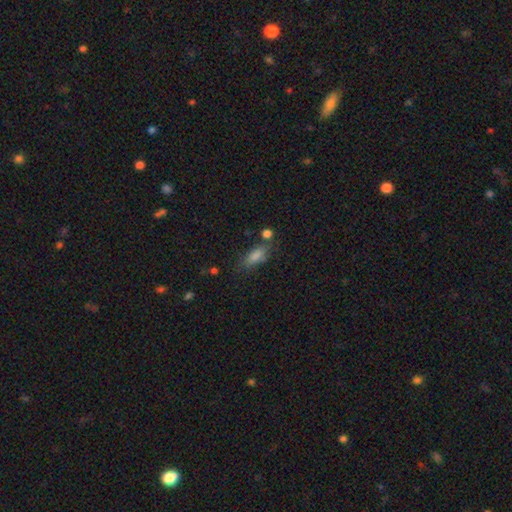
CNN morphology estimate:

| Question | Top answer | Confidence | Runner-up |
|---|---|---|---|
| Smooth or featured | smooth | 75% | star or artifact (14%) |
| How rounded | in between | 72% | cigar-shaped (23%) |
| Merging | none | 65% | minor disturbance (18%) |